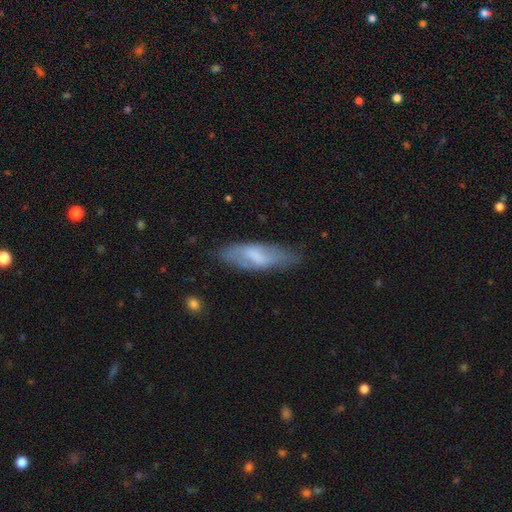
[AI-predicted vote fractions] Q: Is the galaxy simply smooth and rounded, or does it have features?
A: smooth — 52%.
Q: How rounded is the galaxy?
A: in between — 57%.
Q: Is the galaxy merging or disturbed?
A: none — 68%.